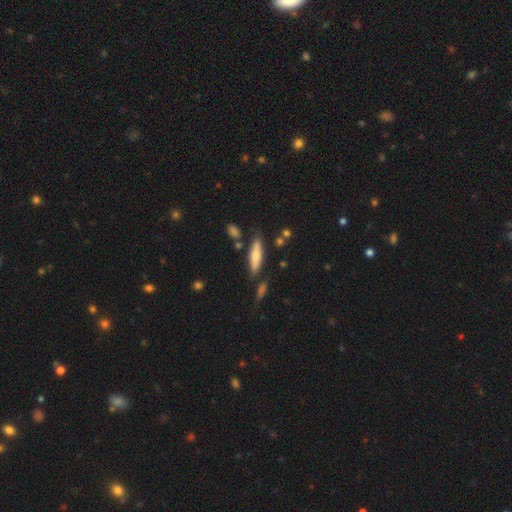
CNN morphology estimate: A smooth galaxy with no disk features (68%) that is cigar-shaped (65%).

Vote fractions:
- Smooth or featured? smooth: 68% / featured or disk: 26% / star or artifact: 7%
- How rounded? cigar-shaped: 65% / in between: 33% / round: 2%
- Merging? none: 75% / minor disturbance: 15% / merger: 7% / major disturbance: 4%